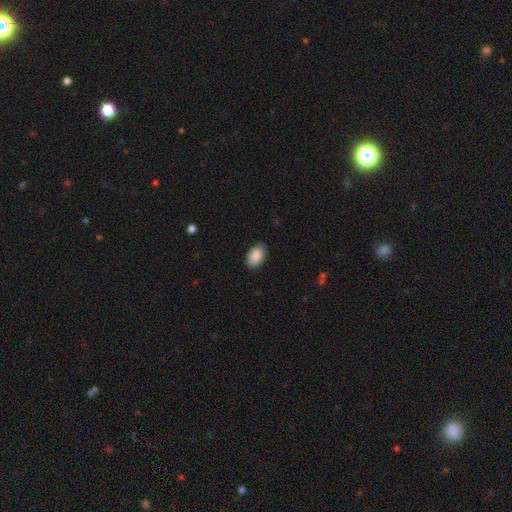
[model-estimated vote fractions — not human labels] smooth_or_featured: smooth (p=0.90) [alt: star or artifact p=0.06]
how_rounded: in between (p=0.92) [alt: round p=0.07]
merging: none (p=0.84) [alt: minor disturbance p=0.13]